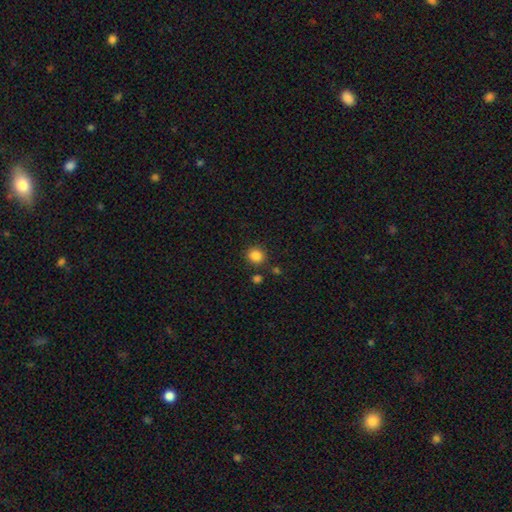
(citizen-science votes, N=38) Smooth or featured?
  - smooth: 84% *
  - featured or disk: 8%
  - star or artifact: 8%
How rounded?
  - round: 81% *
  - in between: 16%
  - cigar-shaped: 3%
Merging?
  - none: 71% *
  - minor disturbance: 20%
  - major disturbance: 6%
  - merger: 3%